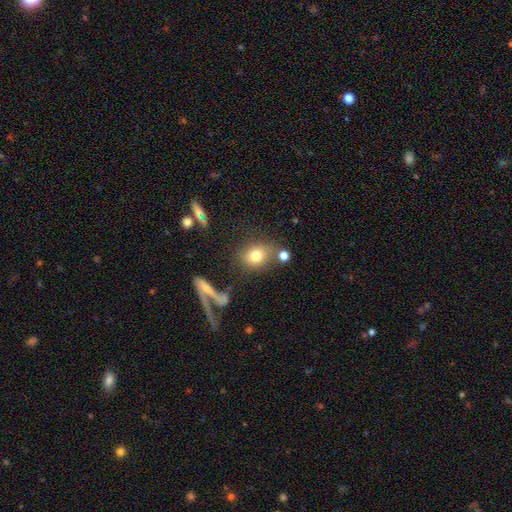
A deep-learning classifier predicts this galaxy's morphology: This is likely a smooth galaxy (76%). How rounded: likely round (63%). Merging: likely none (67%).